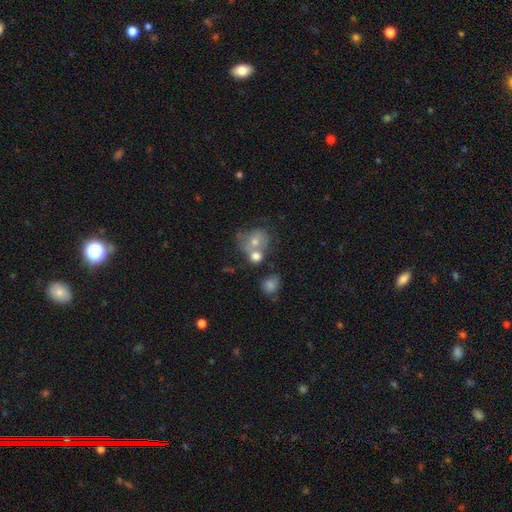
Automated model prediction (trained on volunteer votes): Smooth or featured: smooth — 66% (featured or disk — 23%)
How rounded: round — 67% (in between — 32%)
Merging: merger — 53% (none — 27%)